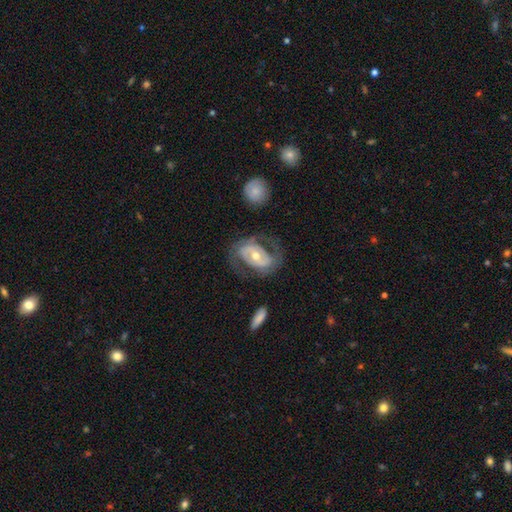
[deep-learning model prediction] This appears to be a featured or disk galaxy (74%) with no bar (38%), spiral arms (70%) and a moderate central bulge (65%). Merging: none (63%).